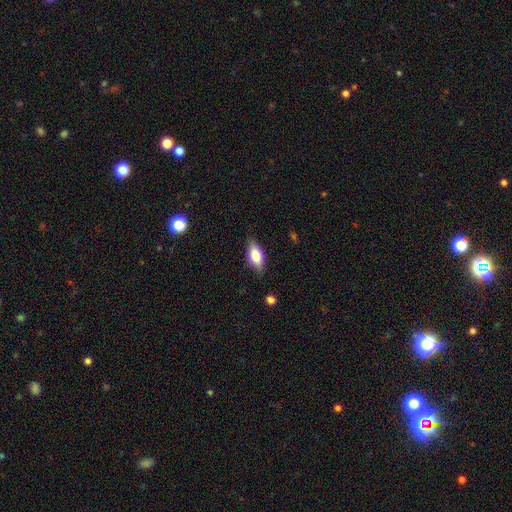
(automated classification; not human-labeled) smooth_or_featured: smooth (p=0.72) [alt: featured or disk p=0.21]
how_rounded: in between (p=0.82) [alt: cigar-shaped p=0.15]
merging: none (p=0.81) [alt: minor disturbance p=0.14]